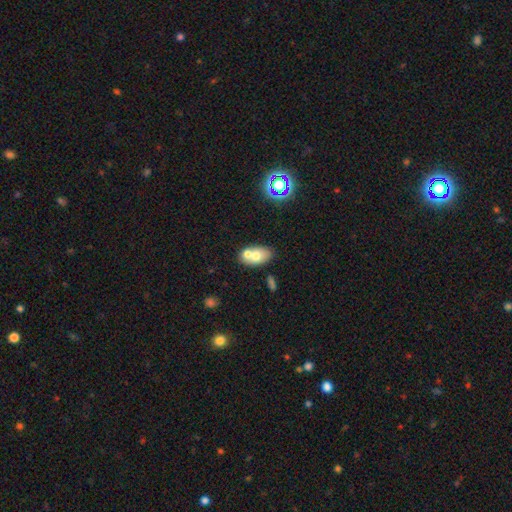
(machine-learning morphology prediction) A smooth galaxy with no disk features (64%) that is in between round and cigar-shaped (84%).

Vote fractions:
- Smooth or featured? smooth: 64% / featured or disk: 26% / star or artifact: 10%
- How rounded? in between: 84% / round: 15% / cigar-shaped: 2%
- Merging? merger: 52% / none: 35% / minor disturbance: 10% / major disturbance: 3%